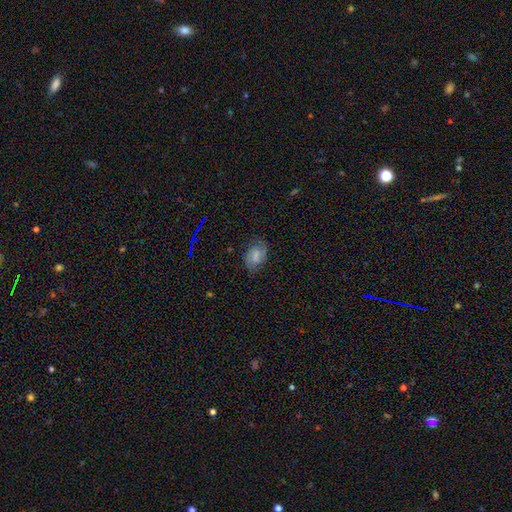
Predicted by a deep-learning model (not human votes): A smooth galaxy with no disk features (60%) that is in between round and cigar-shaped (81%).

Vote fractions:
- Smooth or featured? smooth: 60% / featured or disk: 29% / star or artifact: 11%
- How rounded? in between: 81% / round: 17% / cigar-shaped: 2%
- Merging? none: 70% / minor disturbance: 22% / major disturbance: 7% / merger: 1%